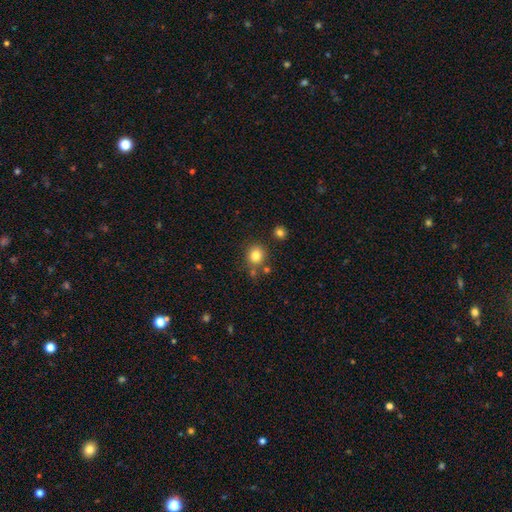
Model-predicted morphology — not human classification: smooth 81%, star or artifact 12%, featured or disk 7%. Down the decision tree: how rounded — round (84%); merging — none (75%).